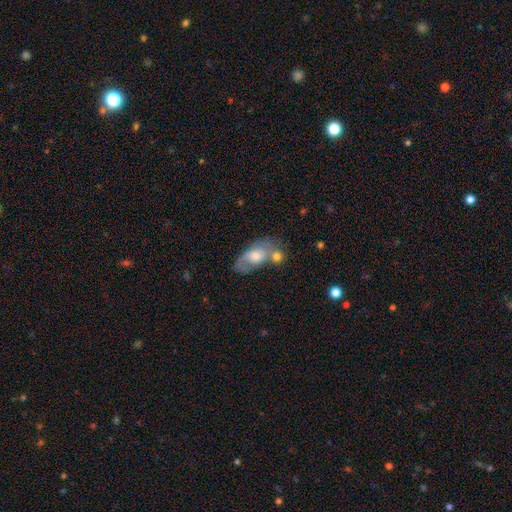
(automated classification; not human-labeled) smooth_or_featured: smooth (p=0.51) [alt: featured or disk p=0.41]
how_rounded: in between (p=0.84) [alt: round p=0.09]
merging: none (p=0.44) [alt: merger p=0.25]